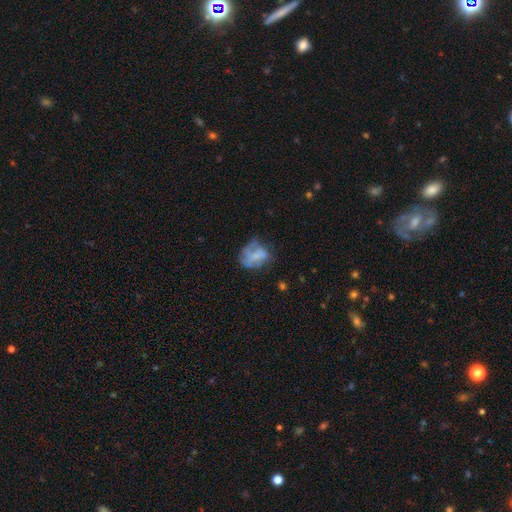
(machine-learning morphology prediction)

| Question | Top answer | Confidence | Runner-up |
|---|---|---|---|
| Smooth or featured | smooth | 48% | featured or disk (42%) |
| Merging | none | 38% | major disturbance (29%) |